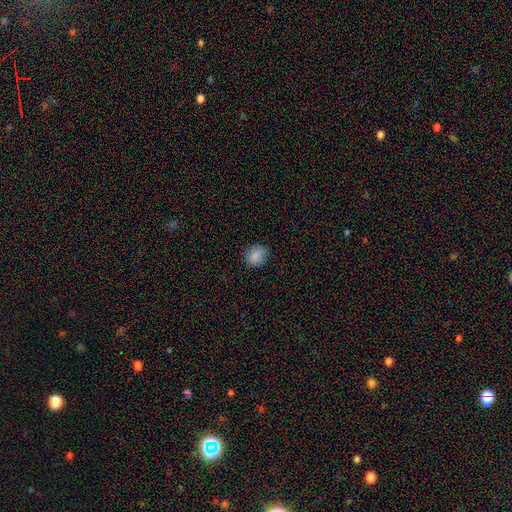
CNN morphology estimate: Smooth or featured? Predicted: smooth (p=0.87). How rounded? Predicted: round (p=0.69). Merging? Predicted: none (p=0.86).